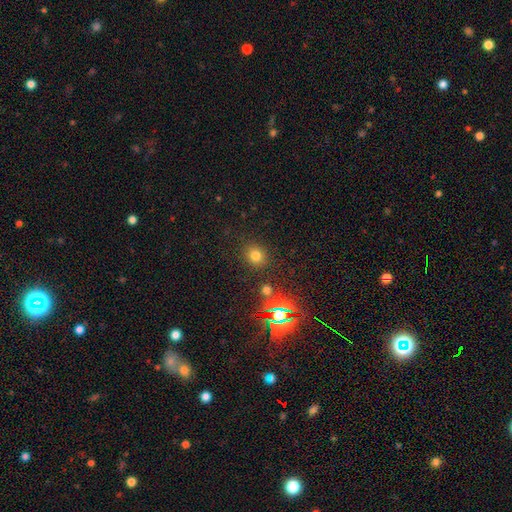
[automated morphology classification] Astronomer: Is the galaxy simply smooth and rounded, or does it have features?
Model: smooth — 72%.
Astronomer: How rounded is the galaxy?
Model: round — 80%.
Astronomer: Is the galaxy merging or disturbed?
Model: none — 86%.